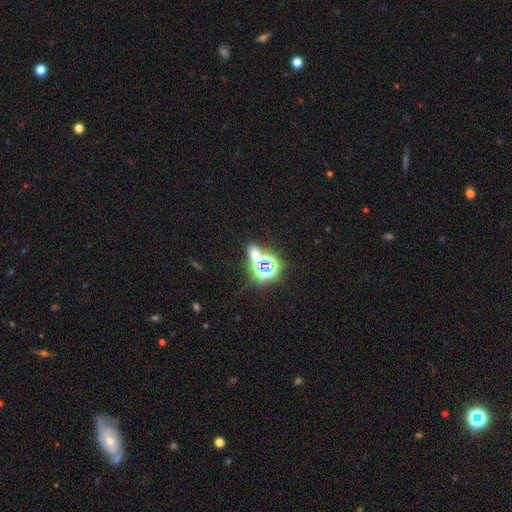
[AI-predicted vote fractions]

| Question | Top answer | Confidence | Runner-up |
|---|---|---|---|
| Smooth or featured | star or artifact | 59% | smooth (32%) |